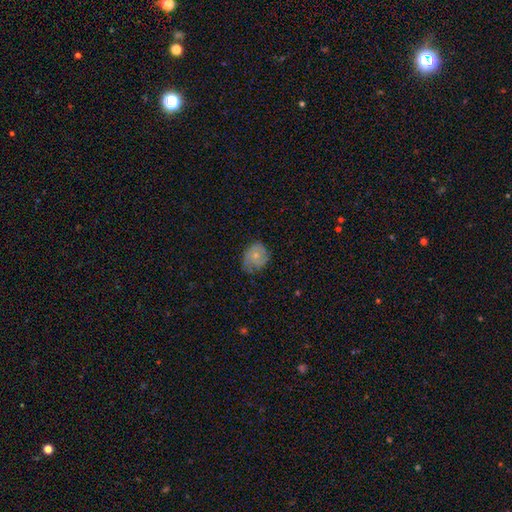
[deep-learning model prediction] smooth_or_featured: smooth (p=0.57) [alt: featured or disk p=0.34]
how_rounded: round (p=0.66) [alt: in between p=0.33]
merging: none (p=0.53) [alt: minor disturbance p=0.34]